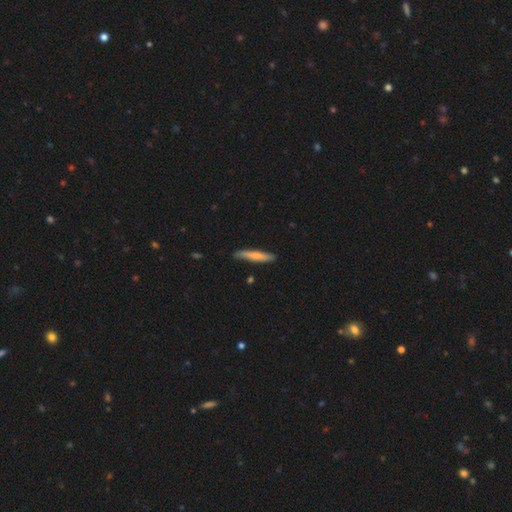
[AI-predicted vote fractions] Overall: smooth (69%). How rounded: cigar-shaped (93%). Merging: none (83%).